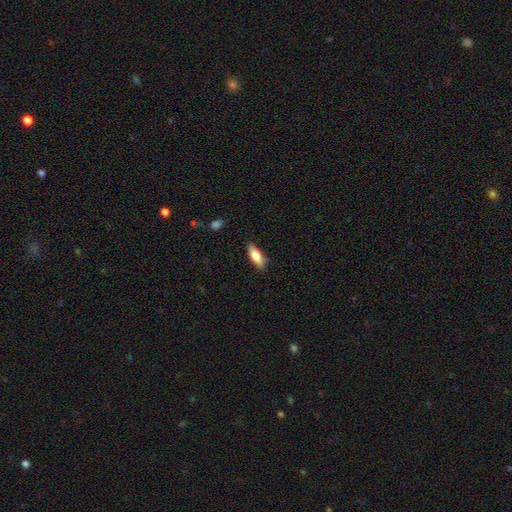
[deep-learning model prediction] The model was most divided on "how rounded": in between: 60%, cigar-shaped: 39%, round: 2%. More confident: merging — none (85%); smooth or featured — smooth (79%).